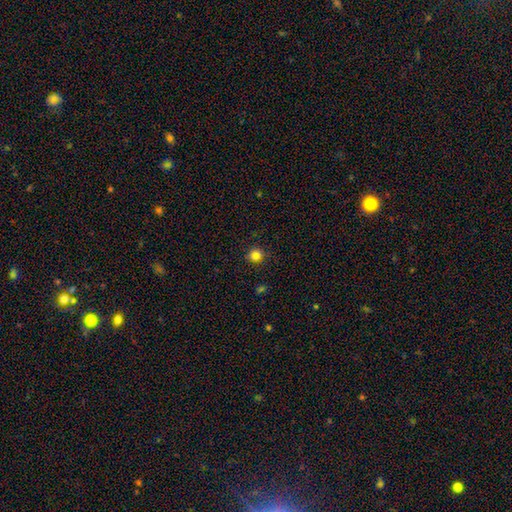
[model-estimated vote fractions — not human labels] Smooth or featured: smooth — 83% (star or artifact — 12%)
How rounded: round — 87% (in between — 13%)
Merging: none — 88% (minor disturbance — 8%)